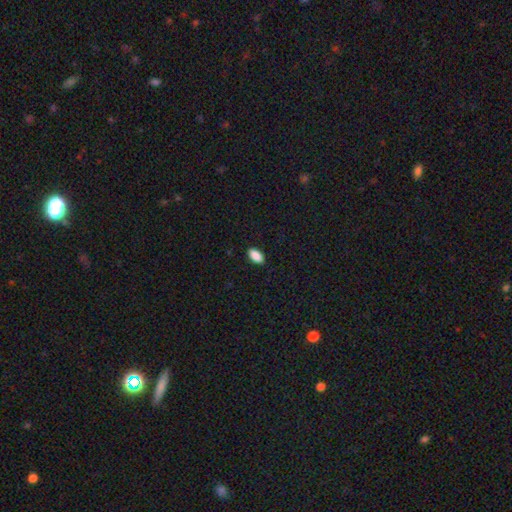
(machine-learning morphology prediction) Smooth or featured? smooth (89%)
How rounded? in between (93%)
Merging? none (89%)